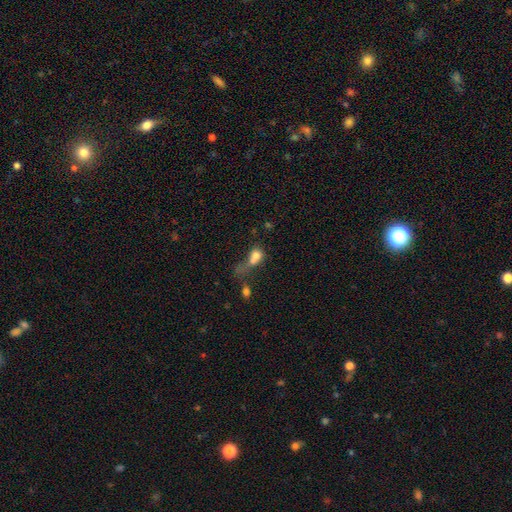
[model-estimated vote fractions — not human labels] Overall: smooth (71%). How rounded: round (50%; in between 46%). Merging: merger (47%; major disturbance 26%).